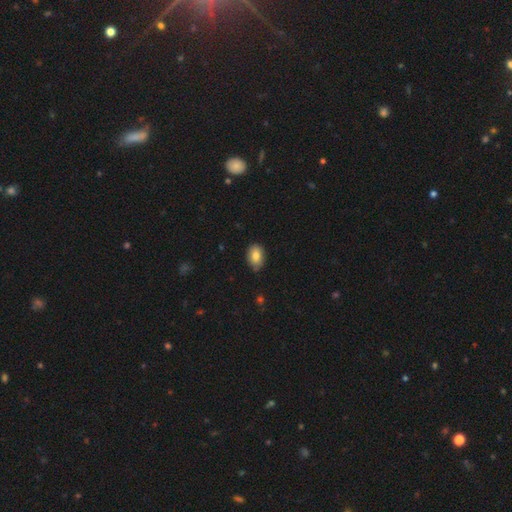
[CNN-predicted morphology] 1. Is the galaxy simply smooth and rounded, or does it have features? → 81% smooth, 11% featured or disk, 8% star or artifact.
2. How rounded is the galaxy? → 83% in between, 16% round, 1% cigar-shaped.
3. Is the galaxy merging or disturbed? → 77% none, 19% minor disturbance, 2% major disturbance, 1% merger.